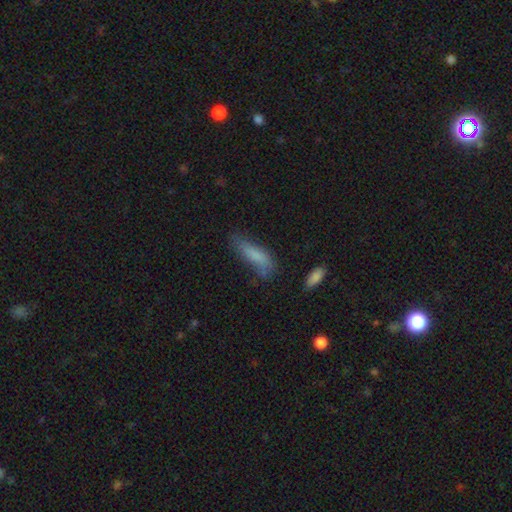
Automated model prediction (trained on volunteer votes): Morphology: type=smooth (74%); roundness=cigar-shaped (58%); merging=none (48%).